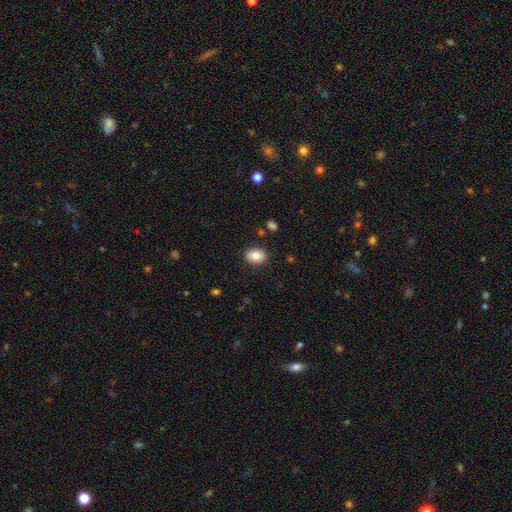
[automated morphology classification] smooth 85%, star or artifact 8%, featured or disk 6%. Down the decision tree: how rounded — in between (60%); merging — none (86%).